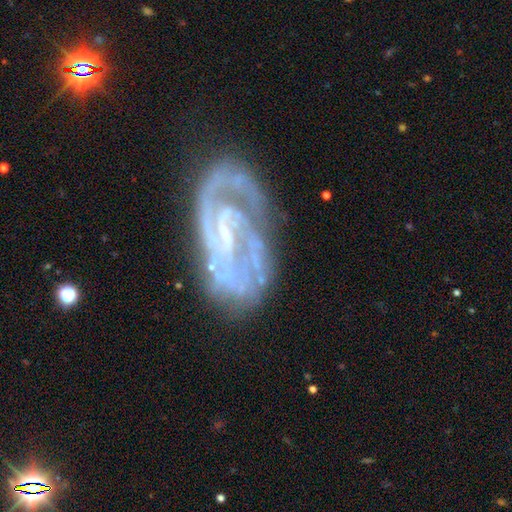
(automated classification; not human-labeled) A featured or disk galaxy (87%) with a weak bar (46%), 2 (45%) medium (45%) spiral arms (93%) and a small central bulge (52%).

Vote fractions:
- Smooth or featured? featured or disk: 87% / star or artifact: 6% / smooth: 6%
- Edge-on disk? no: 97% / yes: 3%
- Bar? weak: 46% / no: 33% / strong: 21%
- Spiral arms? yes: 93% / no: 7%
- Spiral winding? medium: 45% / tight: 39% / loose: 16%
- Spiral arm count? 2: 45% / can't tell: 19% / 3: 18% / 1: 8% / 4: 6% / more than 4: 5%
- Bulge size? small: 52% / none: 30% / moderate: 15% / large: 2% / dominant: 1%
- Merging? none: 58% / minor disturbance: 21% / major disturbance: 17% / merger: 4%